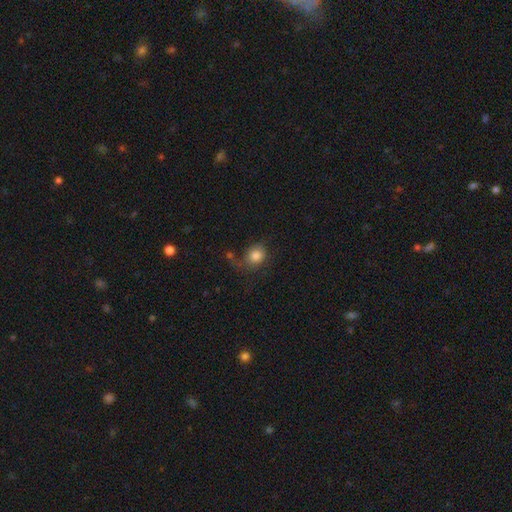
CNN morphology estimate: This is clearly a smooth galaxy (81%). How rounded: likely round (71%). Merging: possibly none (48%).